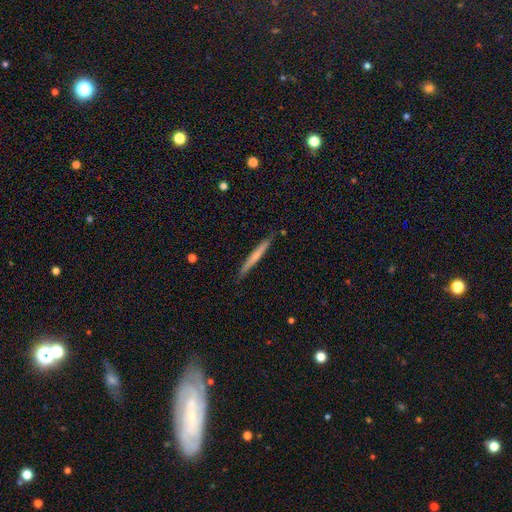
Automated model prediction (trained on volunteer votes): This is possibly a smooth galaxy (54%). How rounded: clearly cigar-shaped (97%). Merging: clearly none (87%).